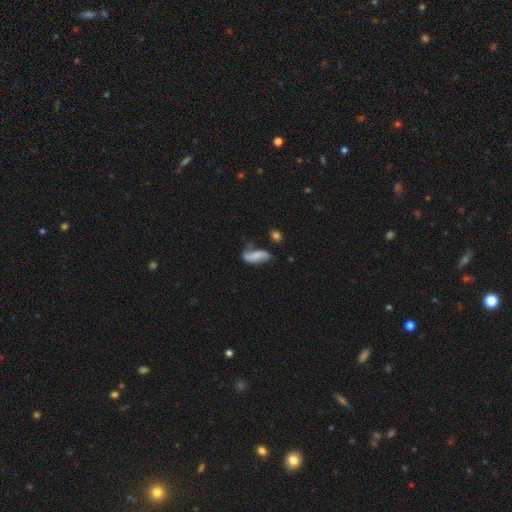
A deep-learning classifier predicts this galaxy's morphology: type=smooth (58%); roundness=in between (73%); merging=none (51%).